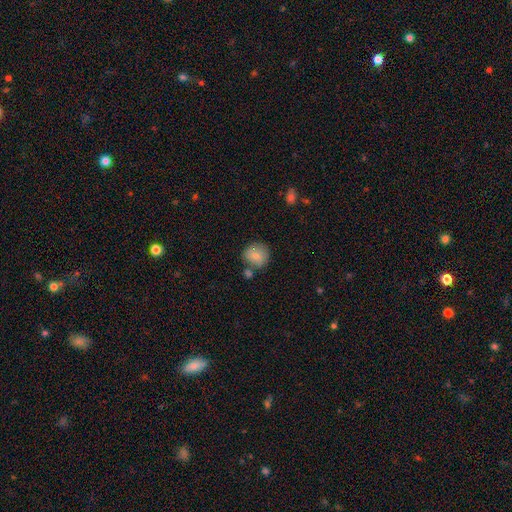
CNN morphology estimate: Q: Smooth or featured?
A: smooth (76%); runner-up: featured or disk (16%)
Q: How rounded?
A: round (86%); runner-up: in between (13%)
Q: Merging?
A: none (66%); runner-up: minor disturbance (15%)